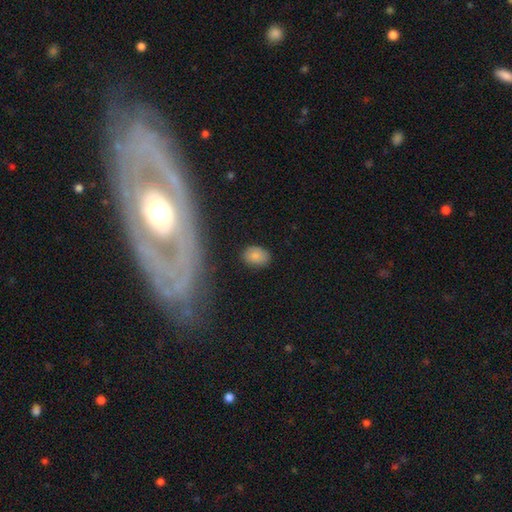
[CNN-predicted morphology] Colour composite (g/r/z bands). It shows a smooth galaxy with no disk features (83%) that is in between round and cigar-shaped (79%). Merging: none (82%).